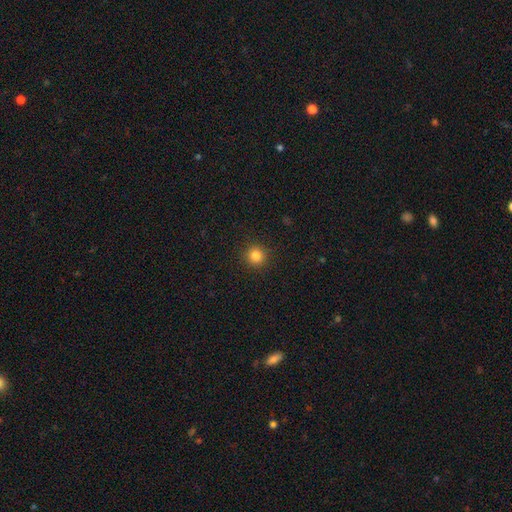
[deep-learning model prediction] Q: Smooth or featured?
A: smooth (83%); runner-up: star or artifact (12%)
Q: How rounded?
A: round (94%); runner-up: in between (5%)
Q: Merging?
A: none (92%); runner-up: minor disturbance (5%)